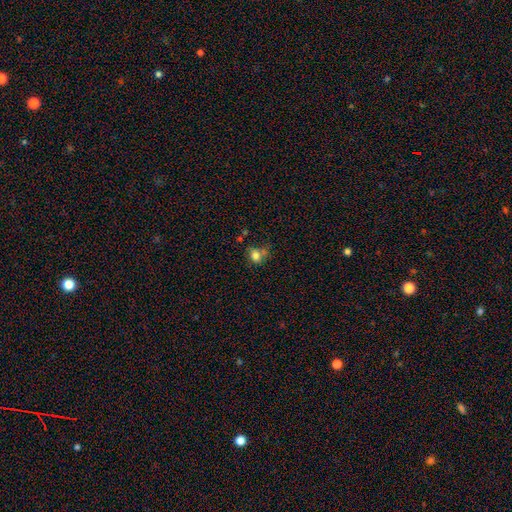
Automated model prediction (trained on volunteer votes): smooth 79%, star or artifact 12%, featured or disk 9%. Down the decision tree: how rounded — round (59%); merging — none (51%).